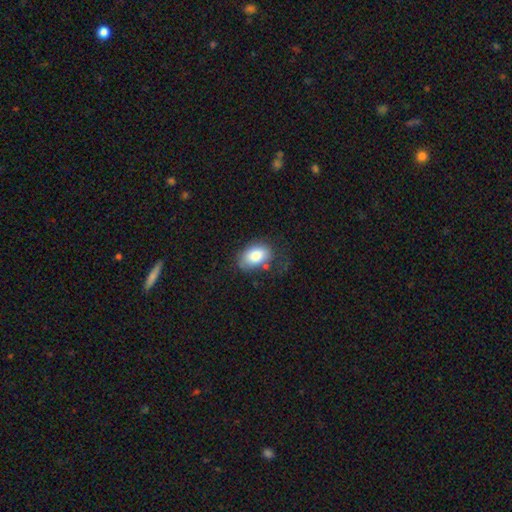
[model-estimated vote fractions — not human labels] A smooth galaxy with no disk features (81%) that is in between round and cigar-shaped (85%). Merging: none (62%).